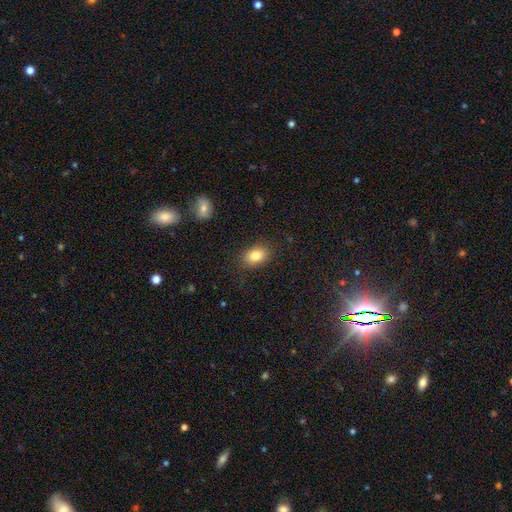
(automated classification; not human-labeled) Morphology: type=smooth (82%); roundness=in between (77%); merging=none (84%).